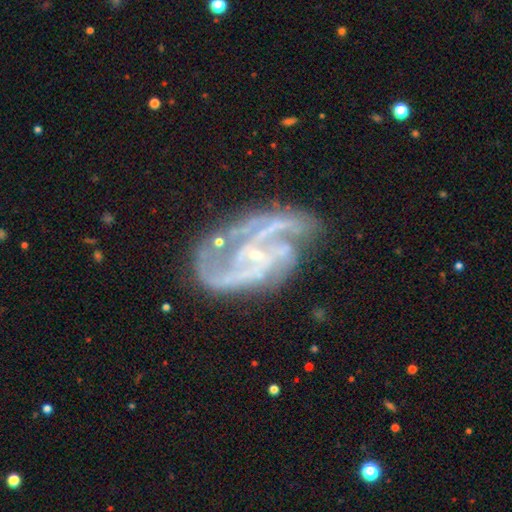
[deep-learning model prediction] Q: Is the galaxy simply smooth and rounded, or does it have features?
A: featured or disk — 88%.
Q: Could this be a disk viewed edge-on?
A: no — 97%.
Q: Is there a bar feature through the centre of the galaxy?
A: no — 47%.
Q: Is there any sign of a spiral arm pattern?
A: yes — 96%.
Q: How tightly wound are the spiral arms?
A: medium — 50%.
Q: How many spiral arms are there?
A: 2 — 34%.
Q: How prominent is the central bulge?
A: small — 82%.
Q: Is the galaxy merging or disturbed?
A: none — 59%.